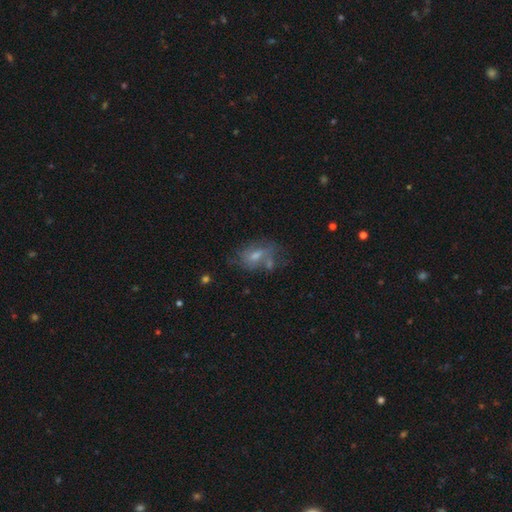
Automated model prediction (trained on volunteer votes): smooth-or-featured: featured or disk: 46% | smooth: 41% | star or artifact: 13%
  merging: none: 43% | minor disturbance: 23% | major disturbance: 18% | merger: 16%